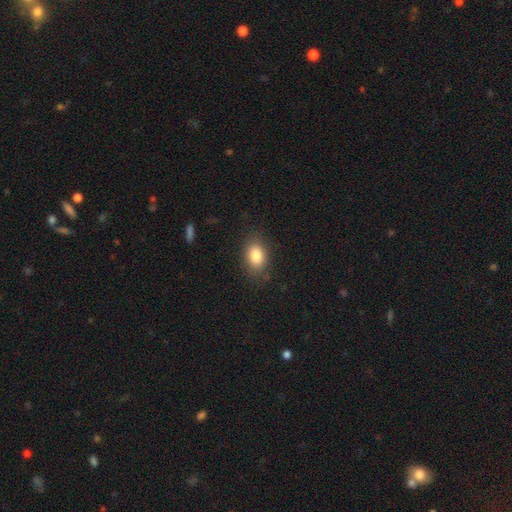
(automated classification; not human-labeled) The model was most divided on "how rounded": in between: 84%, round: 15%, cigar-shaped: 2%. More confident: smooth or featured — smooth (84%); merging — none (83%).